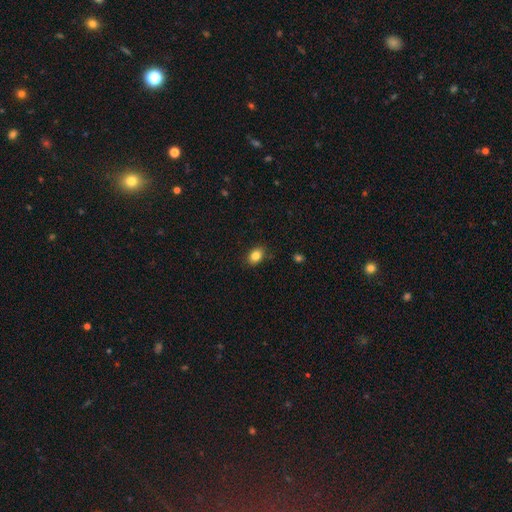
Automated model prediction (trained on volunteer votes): This is clearly a smooth galaxy (85%). How rounded: likely in between (72%). Merging: clearly none (85%).